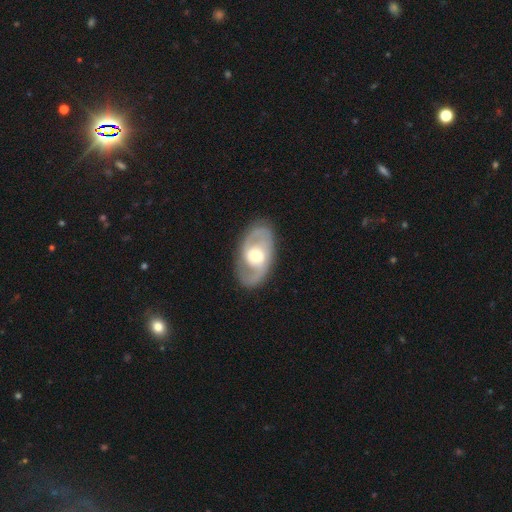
featured or disk 68%, smooth 26%, star or artifact 5%. Down the decision tree: edge-on disk — no (96%); bar — no (68%); spiral arms — yes (72%); spiral arm count — 2 (78%); spiral winding — tight (39%, tied with medium); bulge size — moderate (56%); merging — none (75%).